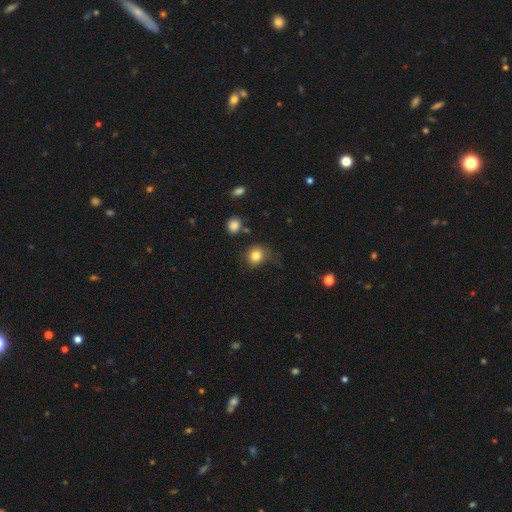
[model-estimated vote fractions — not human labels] smooth 80%, star or artifact 12%, featured or disk 8%. Down the decision tree: how rounded — round (76%); merging — none (61%).